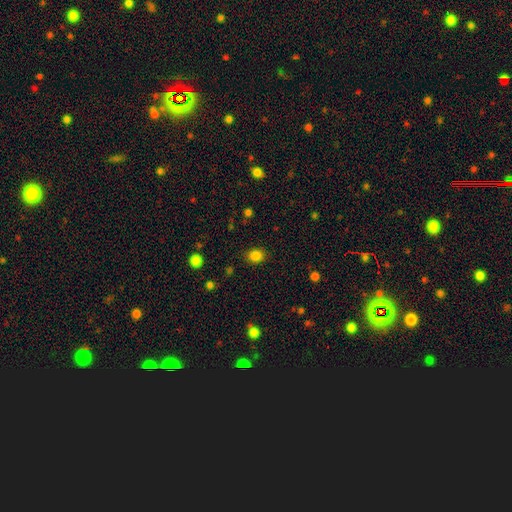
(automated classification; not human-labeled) Smooth or featured?
  - smooth: 84% *
  - star or artifact: 12%
  - featured or disk: 4%
How rounded?
  - round: 57% *
  - in between: 43%
  - cigar-shaped: 1%
Merging?
  - none: 87% *
  - minor disturbance: 9%
  - major disturbance: 3%
  - merger: 1%